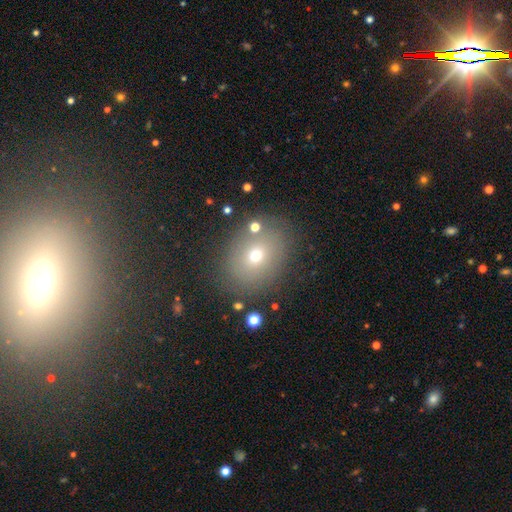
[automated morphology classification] smooth-or-featured: smooth: 64% | featured or disk: 19% | star or artifact: 17%
  how-rounded: in between: 51% | round: 48% | cigar-shaped: 1%
  merging: none: 80% | minor disturbance: 11% | major disturbance: 5% | merger: 4%